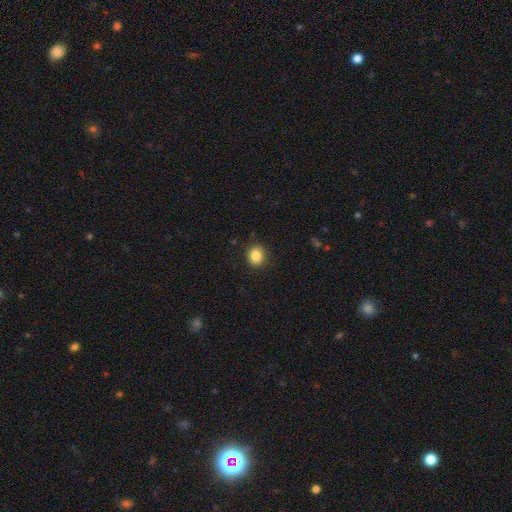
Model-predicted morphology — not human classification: smooth-or-featured: smooth: 85% | star or artifact: 10% | featured or disk: 5%
  how-rounded: round: 77% | in between: 22% | cigar-shaped: 1%
  merging: none: 90% | minor disturbance: 7% | major disturbance: 2% | merger: 1%